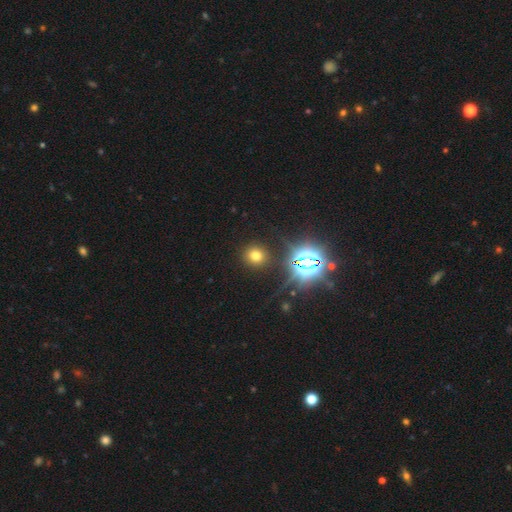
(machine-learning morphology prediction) Smooth or featured?
  - smooth: 67% *
  - star or artifact: 25%
  - featured or disk: 8%
How rounded?
  - round: 86% *
  - in between: 12%
  - cigar-shaped: 1%
Merging?
  - none: 88% *
  - minor disturbance: 6%
  - major disturbance: 3%
  - merger: 2%